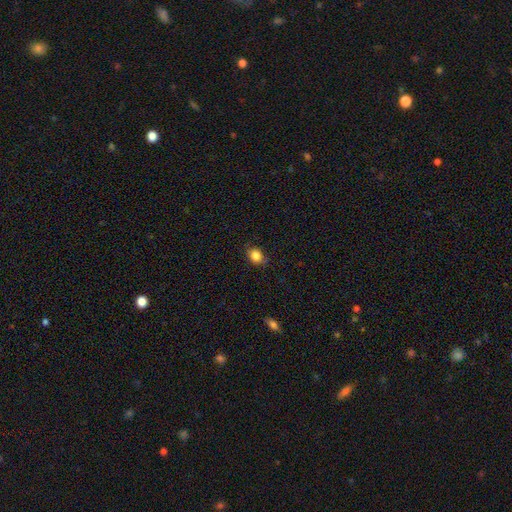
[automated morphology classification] A smooth galaxy with no disk features (84%) that is in between round and cigar-shaped (54%).

Vote fractions:
- Smooth or featured? smooth: 84% / star or artifact: 10% / featured or disk: 6%
- How rounded? in between: 54% / round: 44% / cigar-shaped: 1%
- Merging? none: 80% / minor disturbance: 16% / major disturbance: 3% / merger: 1%